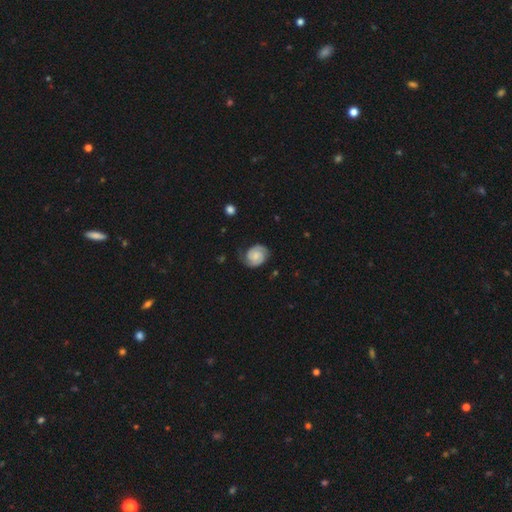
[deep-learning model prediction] Smooth or featured? featured or disk (77%)
Edge-on disk? no (98%)
Bar? no (65%)
Spiral arms? yes (97%)
Spiral winding? tight (61%)
Spiral arm count? 2 (87%)
Bulge size? small (41%)
Merging? none (74%)